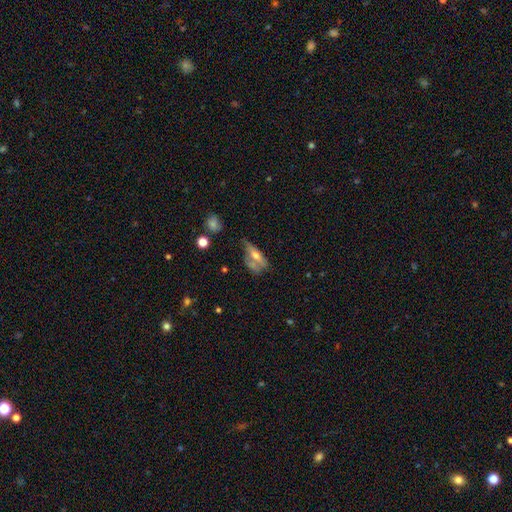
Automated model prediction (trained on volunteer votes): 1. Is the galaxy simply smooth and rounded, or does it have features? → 47% smooth, 44% featured or disk, 10% star or artifact.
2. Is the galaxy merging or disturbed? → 33% none, 27% minor disturbance, 25% major disturbance, 15% merger.